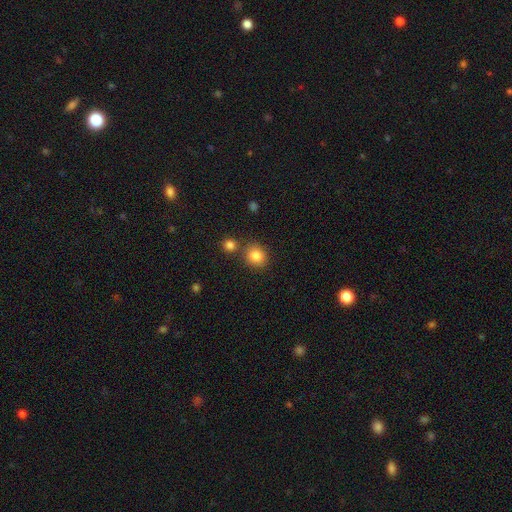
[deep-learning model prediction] Q: Smooth or featured?
A: smooth (84%); runner-up: star or artifact (10%)
Q: How rounded?
A: round (83%); runner-up: in between (16%)
Q: Merging?
A: none (74%); runner-up: merger (13%)